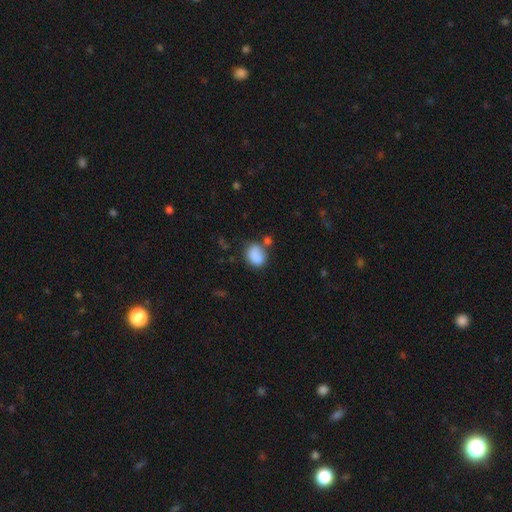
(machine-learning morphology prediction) This appears to be a smooth galaxy with no disk features (82%) that is in between round and cigar-shaped (56%). Merging: none (48%).